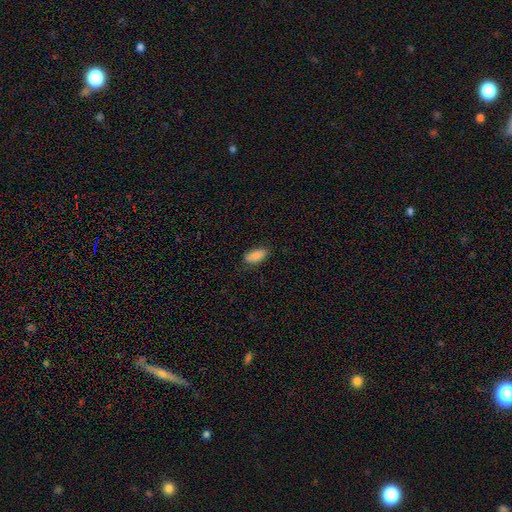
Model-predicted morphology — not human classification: Smooth or featured? Predicted: smooth (p=0.87). How rounded? Predicted: in between (p=0.88). Merging? Predicted: none (p=0.80).